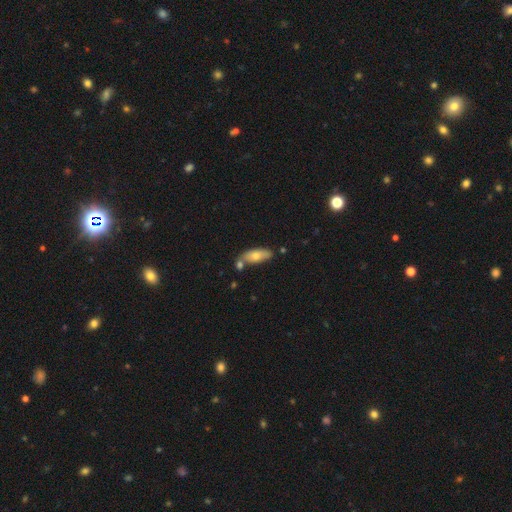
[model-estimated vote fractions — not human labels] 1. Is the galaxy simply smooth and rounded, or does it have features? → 65% smooth, 28% featured or disk, 7% star or artifact.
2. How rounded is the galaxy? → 75% in between, 23% cigar-shaped, 3% round.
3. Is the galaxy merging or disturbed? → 60% none, 20% merger, 16% minor disturbance, 4% major disturbance.